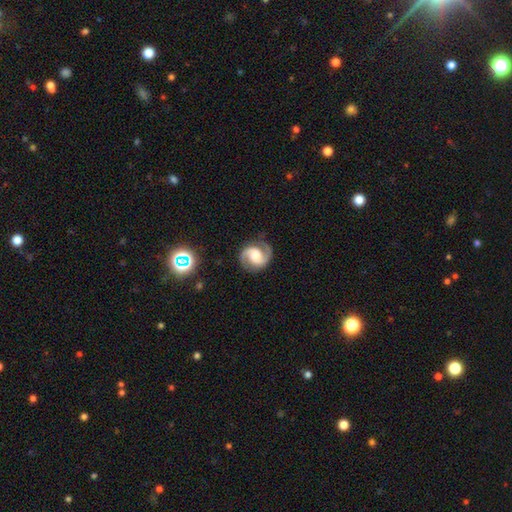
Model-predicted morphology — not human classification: smooth_or_featured: featured or disk (p=0.88) [alt: smooth p=0.07]
disk_edge_on: no (p=0.98) [alt: yes p=0.02]
bar: no (p=0.42) [alt: weak p=0.41]
has_spiral_arms: yes (p=0.98) [alt: no p=0.02]
spiral_winding: medium (p=0.57) [alt: tight p=0.25]
spiral_arm_count: 2 (p=0.94) [alt: can't tell p=0.02]
bulge_size: moderate (p=0.56) [alt: small p=0.20]
merging: none (p=0.83) [alt: minor disturbance p=0.11]